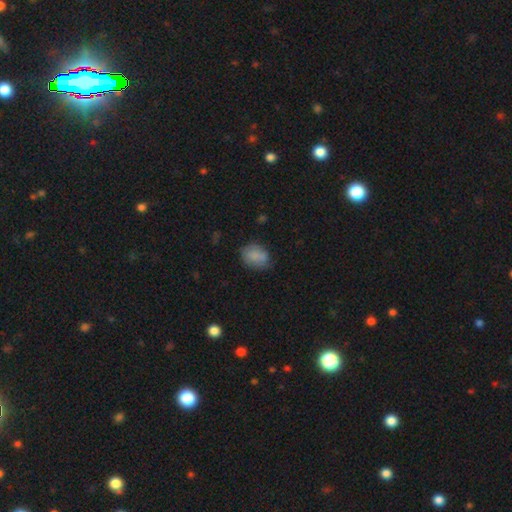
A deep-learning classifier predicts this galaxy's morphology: Smooth or featured? smooth (81%)
How rounded? in between (65%)
Merging? none (61%)